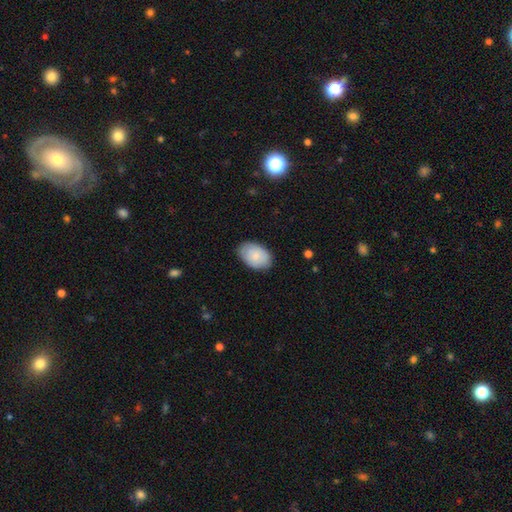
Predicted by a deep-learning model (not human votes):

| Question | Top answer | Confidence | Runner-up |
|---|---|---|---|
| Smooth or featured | smooth | 81% | featured or disk (13%) |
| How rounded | in between | 88% | round (11%) |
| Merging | none | 82% | minor disturbance (14%) |